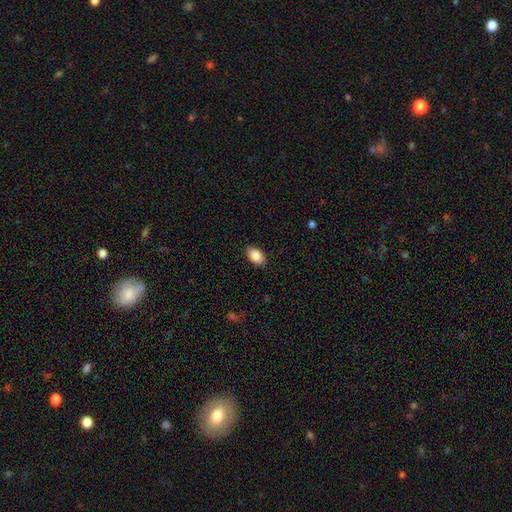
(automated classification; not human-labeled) Smooth or featured: smooth — 88% (star or artifact — 7%)
How rounded: in between — 93% (round — 6%)
Merging: none — 88% (minor disturbance — 9%)